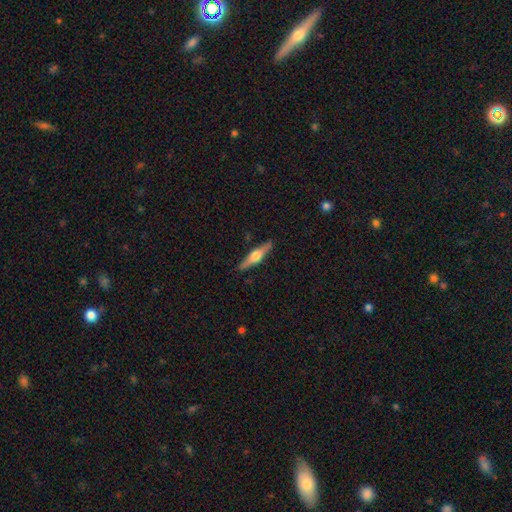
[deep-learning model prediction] Smooth or featured? Predicted: featured or disk (p=0.65). Edge-on disk? Predicted: yes (p=0.97). Edge-on bulge? Predicted: rounded (p=0.94). Merging? Predicted: none (p=0.90).